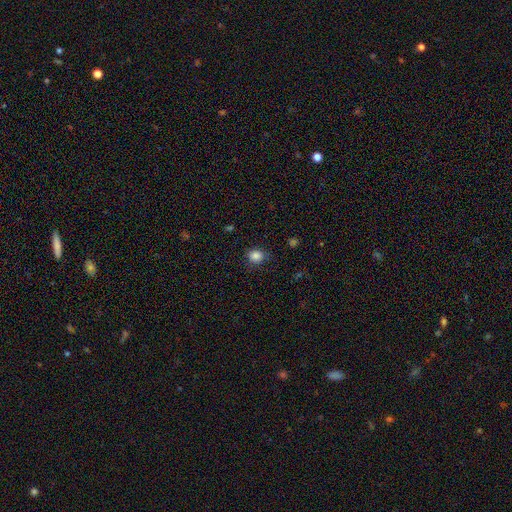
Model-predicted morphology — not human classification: Smooth or featured? smooth (86%)
How rounded? round (71%)
Merging? none (83%)